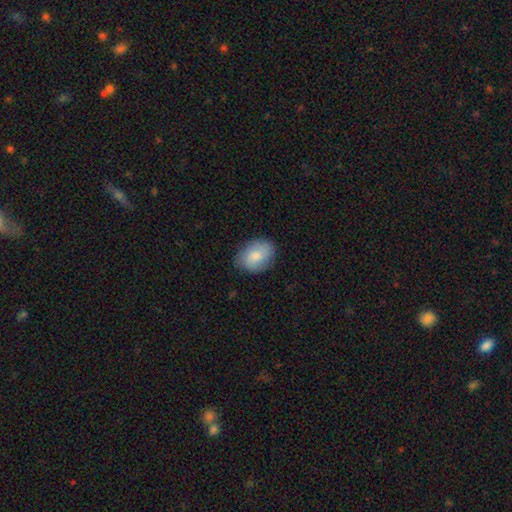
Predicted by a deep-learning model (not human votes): A smooth galaxy with no disk features (77%) that is in between round and cigar-shaped (71%). Merging: none (80%).